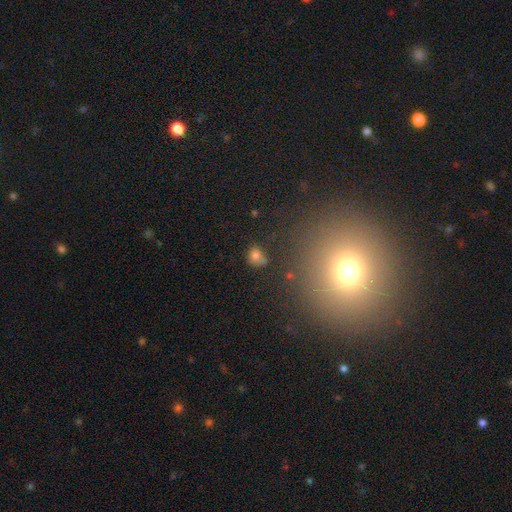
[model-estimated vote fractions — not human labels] Overall: smooth (74%). How rounded: round (57%; in between 41%). Merging: none (54%; minor disturbance 24%).